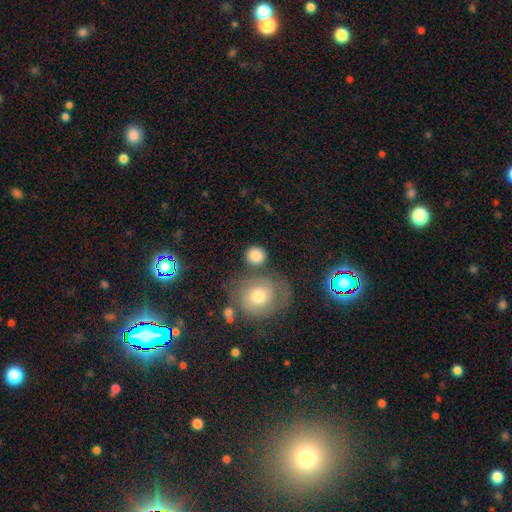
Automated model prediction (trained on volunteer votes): Smooth or featured? Predicted: smooth (p=0.83). How rounded? Predicted: round (p=0.86). Merging? Predicted: none (p=0.71).